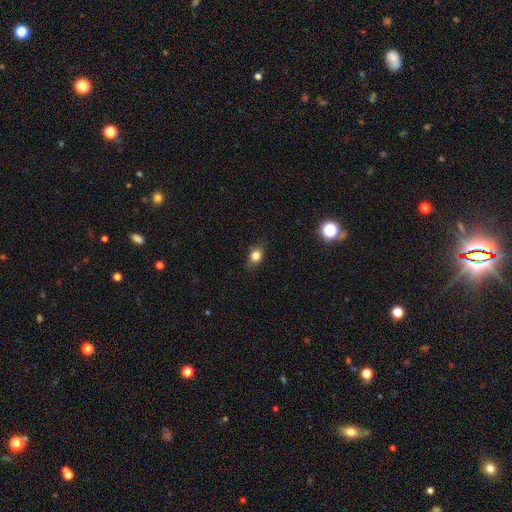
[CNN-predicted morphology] A smooth galaxy with no disk features (80%) that is in between round and cigar-shaped (56%).

Vote fractions:
- Smooth or featured? smooth: 80% / star or artifact: 11% / featured or disk: 9%
- How rounded? in between: 56% / round: 42% / cigar-shaped: 3%
- Merging? none: 80% / minor disturbance: 16% / major disturbance: 3% / merger: 1%